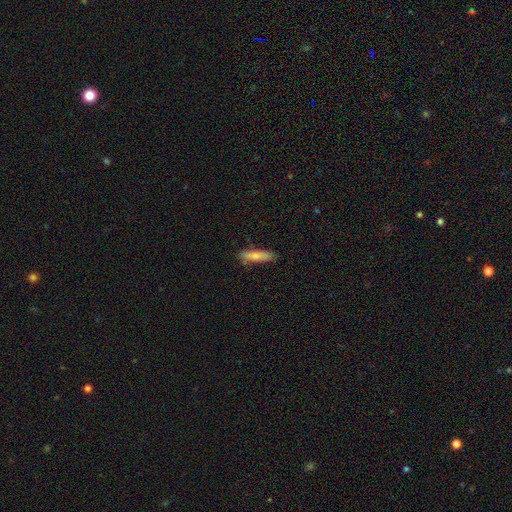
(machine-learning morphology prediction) A smooth galaxy with no disk features (79%) that is cigar-shaped (73%).

Vote fractions:
- Smooth or featured? smooth: 79% / featured or disk: 15% / star or artifact: 6%
- How rounded? cigar-shaped: 73% / in between: 26% / round: 2%
- Merging? none: 79% / minor disturbance: 16% / major disturbance: 3% / merger: 2%